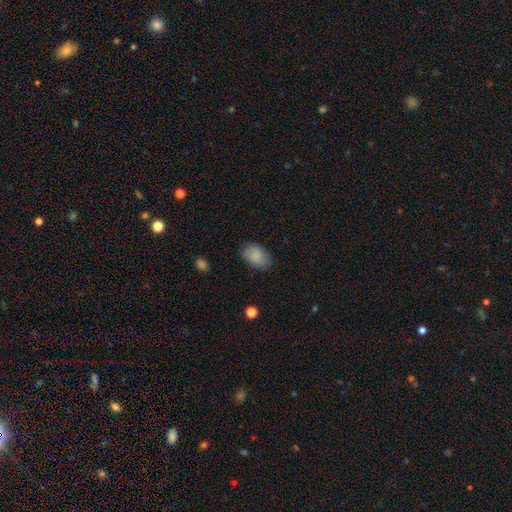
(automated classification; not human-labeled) Morphology: type=smooth (87%); roundness=in between (86%); merging=none (80%).